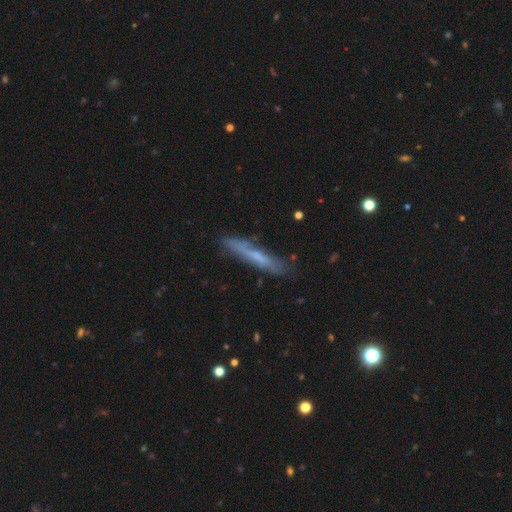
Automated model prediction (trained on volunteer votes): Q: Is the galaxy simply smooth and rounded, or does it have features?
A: smooth — 47%.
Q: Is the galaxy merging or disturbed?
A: none — 75%.